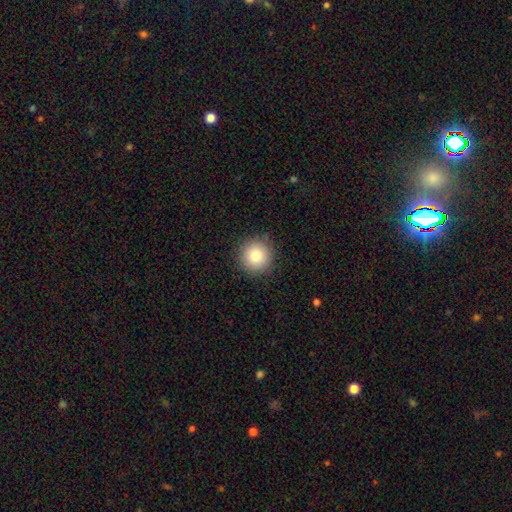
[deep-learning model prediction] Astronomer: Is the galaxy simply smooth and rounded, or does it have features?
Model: smooth — 84%.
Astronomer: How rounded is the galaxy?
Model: round — 94%.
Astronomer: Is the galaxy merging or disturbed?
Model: none — 88%.